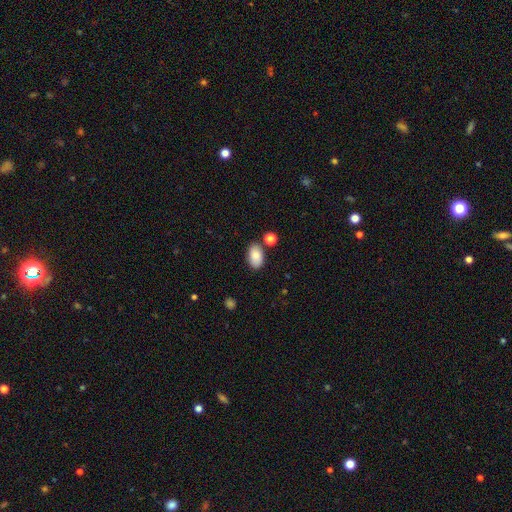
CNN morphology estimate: Q: Smooth or featured?
A: smooth (85%); runner-up: star or artifact (8%)
Q: How rounded?
A: in between (93%); runner-up: round (6%)
Q: Merging?
A: none (78%); runner-up: minor disturbance (12%)